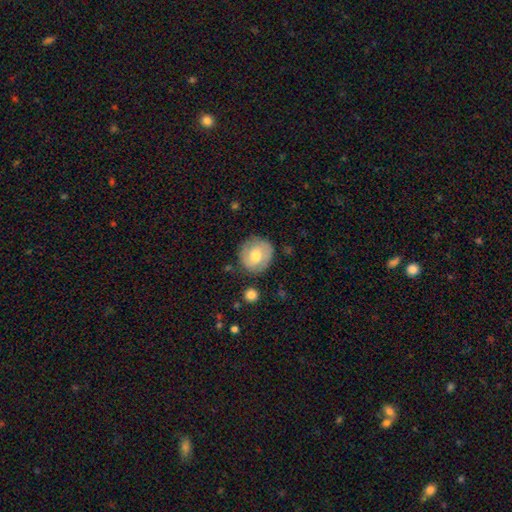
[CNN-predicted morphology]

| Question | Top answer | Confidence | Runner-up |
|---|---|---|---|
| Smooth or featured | smooth | 57% | featured or disk (36%) |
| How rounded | round | 86% | in between (13%) |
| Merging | none | 79% | minor disturbance (15%) |